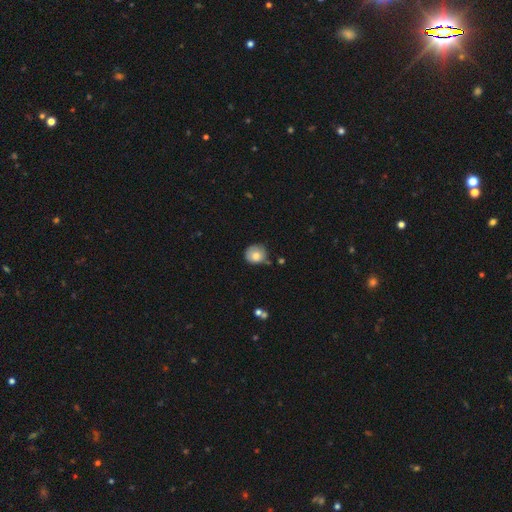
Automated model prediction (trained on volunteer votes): Q: Smooth or featured?
A: smooth (77%); runner-up: featured or disk (15%)
Q: How rounded?
A: round (83%); runner-up: in between (16%)
Q: Merging?
A: none (60%); runner-up: minor disturbance (29%)